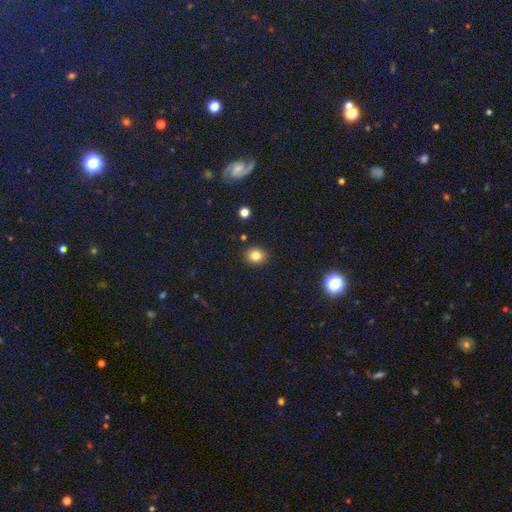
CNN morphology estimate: A smooth galaxy with no disk features (82%) that is round (78%).

Vote fractions:
- Smooth or featured? smooth: 82% / star or artifact: 12% / featured or disk: 6%
- How rounded? round: 78% / in between: 22% / cigar-shaped: 1%
- Merging? none: 90% / minor disturbance: 7% / major disturbance: 2% / merger: 2%